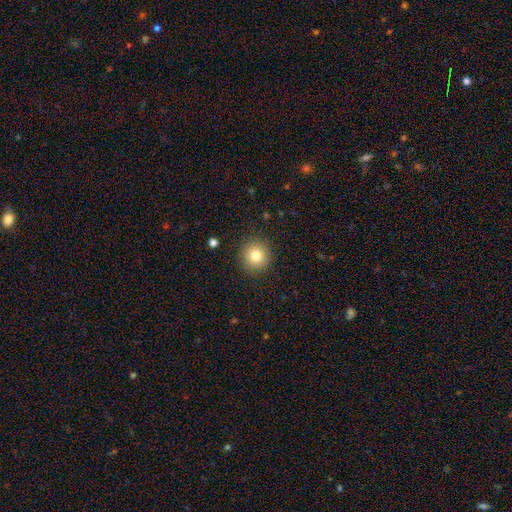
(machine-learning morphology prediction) This is clearly a smooth galaxy (81%). How rounded: clearly round (94%). Merging: clearly none (90%).